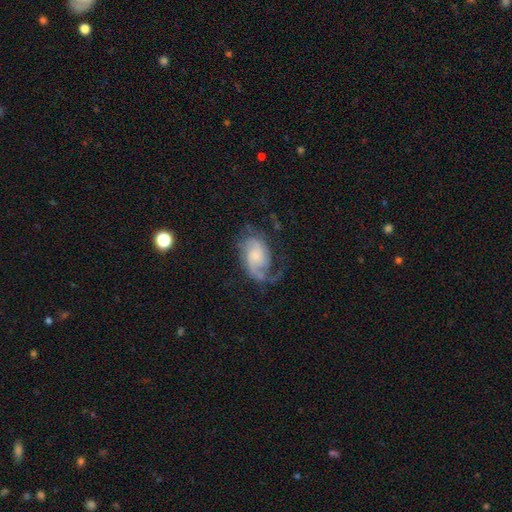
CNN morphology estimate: Overall: featured or disk (77%). Edge-on disk: no (97%). Bar: no (64%; weak 31%). Spiral arms: yes (94%). Spiral arm count: 2 (51%; 1 30%). Spiral winding: medium (43%; loose 30%). Bulge size: small (43%; moderate 28%). Merging: none (50%; major disturbance 26%).